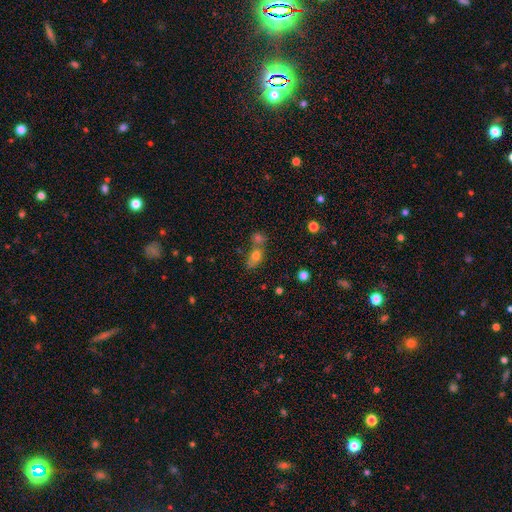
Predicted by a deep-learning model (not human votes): A smooth galaxy with no disk features (75%) that is in between round and cigar-shaped (68%).

Vote fractions:
- Smooth or featured? smooth: 75% / star or artifact: 13% / featured or disk: 12%
- How rounded? in between: 68% / round: 28% / cigar-shaped: 4%
- Merging? merger: 44% / none: 38% / minor disturbance: 12% / major disturbance: 6%